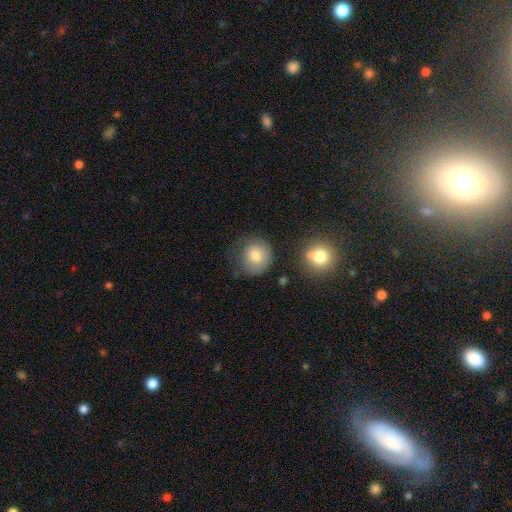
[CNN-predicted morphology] smooth 77%, featured or disk 14%, star or artifact 9%. Down the decision tree: how rounded — round (83%); merging — none (62%).